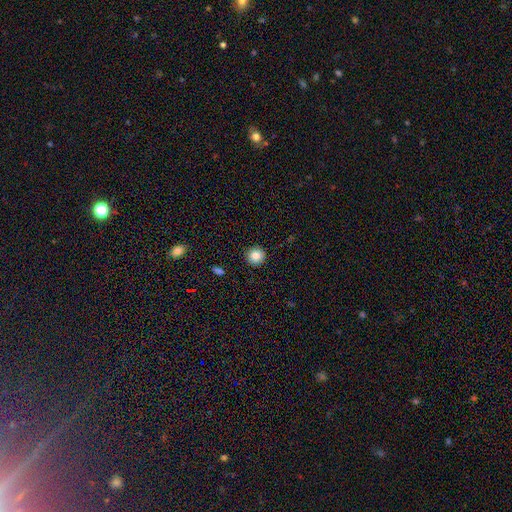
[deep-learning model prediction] The model was most divided on "smooth or featured": smooth: 85%, star or artifact: 10%, featured or disk: 5%. More confident: how rounded — round (95%); merging — none (92%).